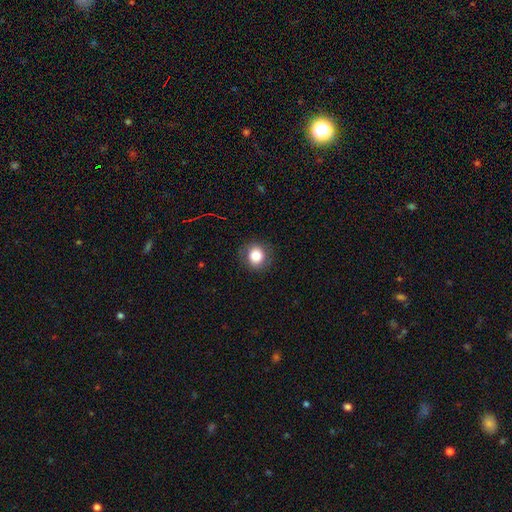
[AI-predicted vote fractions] smooth-or-featured: smooth: 81% | star or artifact: 10% | featured or disk: 9%
  how-rounded: round: 83% | in between: 16% | cigar-shaped: 1%
  merging: none: 85% | minor disturbance: 10% | major disturbance: 4% | merger: 1%